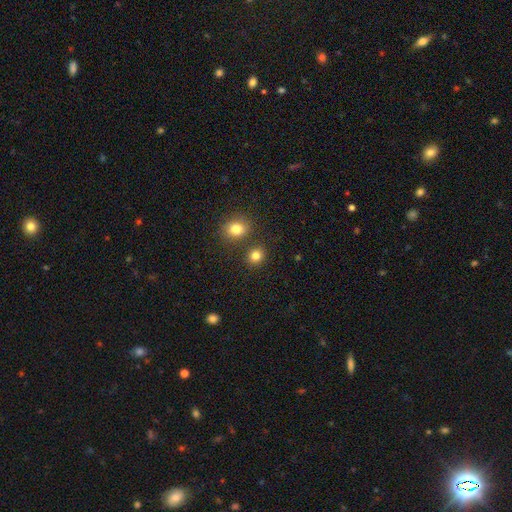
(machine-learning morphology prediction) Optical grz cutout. It shows a smooth galaxy with no disk features (82%) that is round (77%). Merging: none (81%).